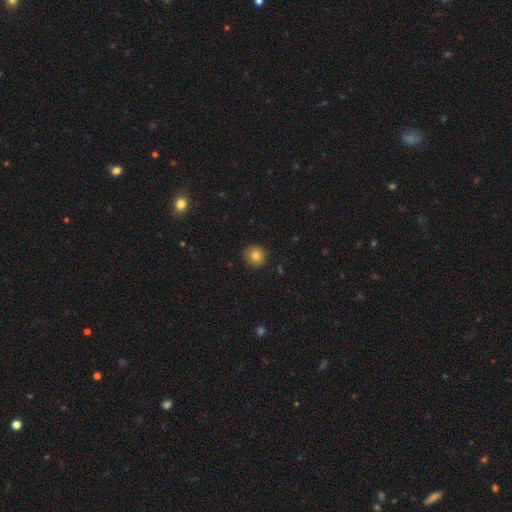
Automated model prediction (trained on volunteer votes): Q: Smooth or featured?
A: smooth (80%); runner-up: star or artifact (10%)
Q: How rounded?
A: round (89%); runner-up: in between (10%)
Q: Merging?
A: none (88%); runner-up: minor disturbance (9%)